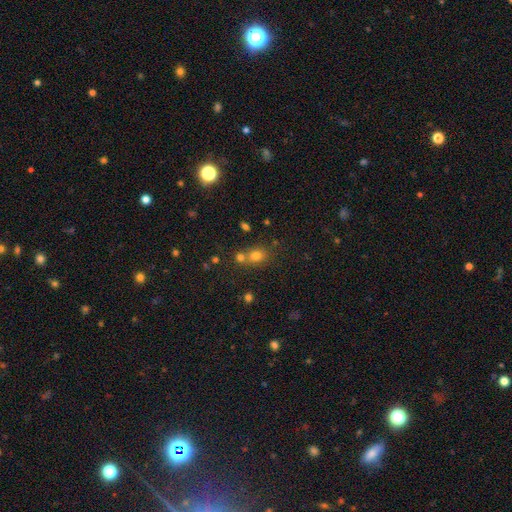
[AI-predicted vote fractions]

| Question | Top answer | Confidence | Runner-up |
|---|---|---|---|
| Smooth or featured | smooth | 73% | star or artifact (18%) |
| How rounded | round | 59% | in between (40%) |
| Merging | none | 56% | merger (31%) |